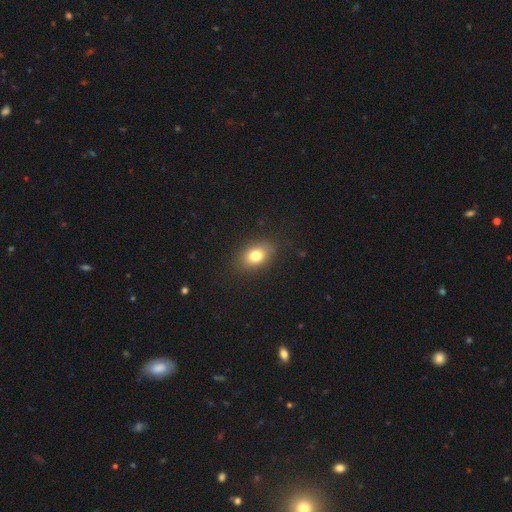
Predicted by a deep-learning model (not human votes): Overall: smooth (78%). How rounded: in between (76%). Merging: none (85%).